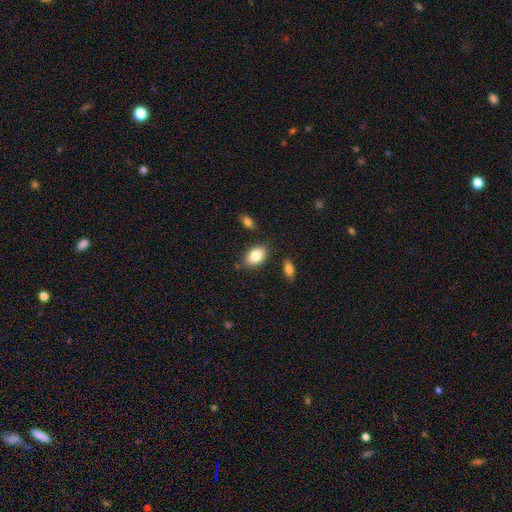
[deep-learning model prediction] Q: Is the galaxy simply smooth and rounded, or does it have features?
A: smooth — 82%.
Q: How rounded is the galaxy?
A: in between — 90%.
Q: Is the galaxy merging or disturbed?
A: none — 81%.